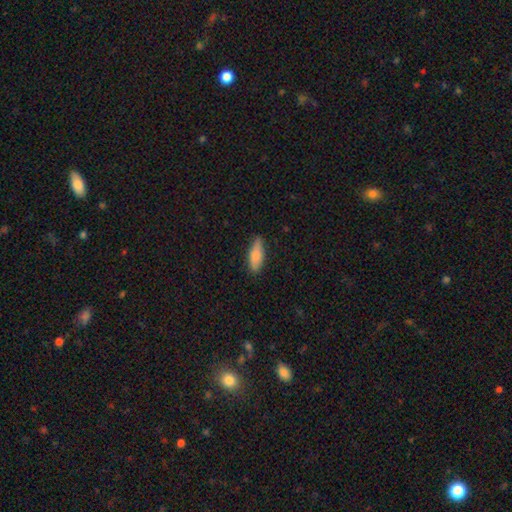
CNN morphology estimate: smooth-or-featured: smooth: 82% | featured or disk: 12% | star or artifact: 6%
  how-rounded: in between: 61% | cigar-shaped: 37% | round: 2%
  merging: none: 82% | minor disturbance: 14% | major disturbance: 2% | merger: 1%